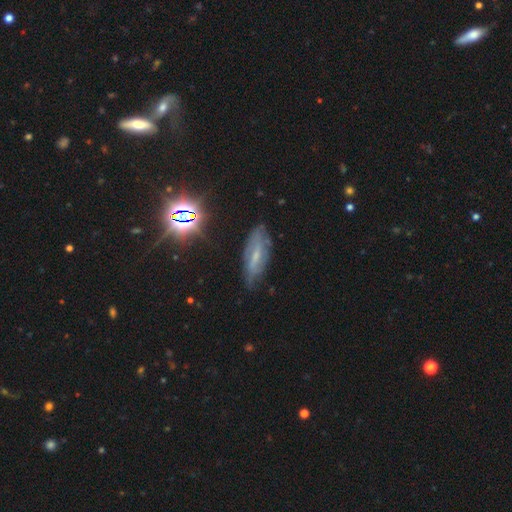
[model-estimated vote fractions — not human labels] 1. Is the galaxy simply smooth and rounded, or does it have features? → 57% featured or disk, 27% smooth, 17% star or artifact.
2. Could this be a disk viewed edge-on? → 77% no, 23% yes.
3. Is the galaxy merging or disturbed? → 70% none, 22% minor disturbance, 6% major disturbance, 2% merger.